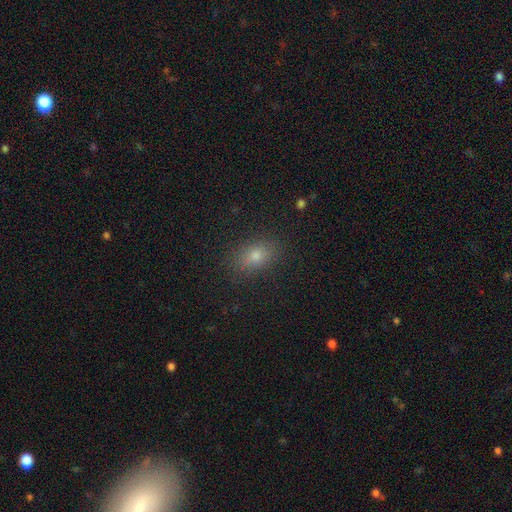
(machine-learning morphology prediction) This is likely a smooth galaxy (74%). How rounded: likely in between (79%). Merging: clearly none (86%).